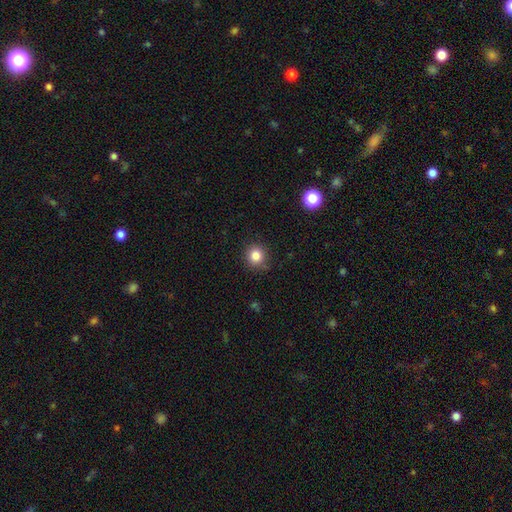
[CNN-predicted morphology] Smooth or featured? smooth (83%)
How rounded? round (93%)
Merging? none (87%)